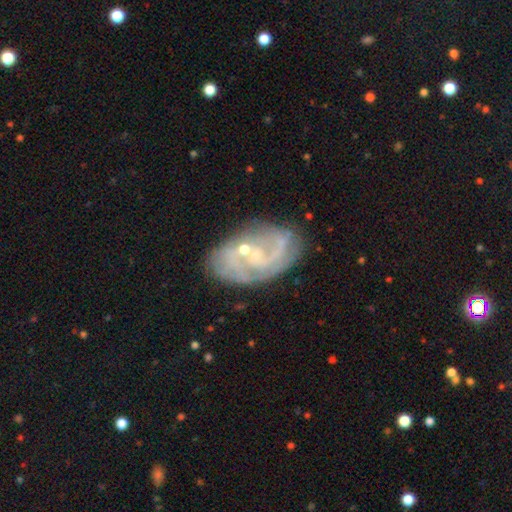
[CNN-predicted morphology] A featured or disk galaxy (78%) with no bar (59%), 2 (35%) tight (42%) spiral arms (87%) and a small central bulge (72%).

Vote fractions:
- Smooth or featured? featured or disk: 78% / smooth: 13% / star or artifact: 8%
- Edge-on disk? no: 97% / yes: 3%
- Bar? no: 59% / weak: 33% / strong: 8%
- Spiral arms? yes: 87% / no: 13%
- Spiral winding? tight: 42% / medium: 38% / loose: 20%
- Spiral arm count? 2: 35% / can't tell: 31% / 3: 15% / 1: 7% / 4: 7% / more than 4: 5%
- Bulge size? small: 72% / moderate: 18% / none: 7% / large: 1% / dominant: 1%
- Merging? none: 63% / minor disturbance: 19% / major disturbance: 11% / merger: 8%